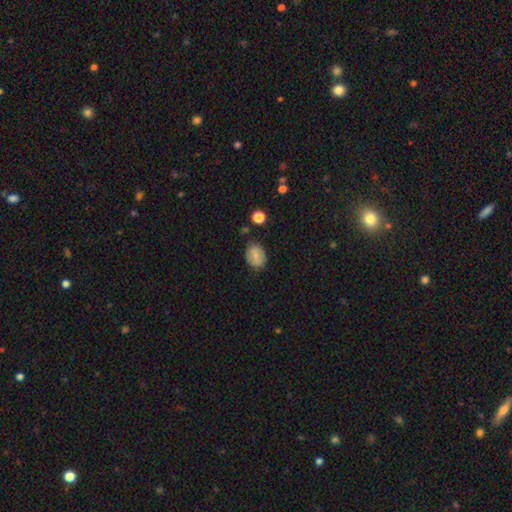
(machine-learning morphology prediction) The model was most divided on "how rounded": in between: 59%, round: 40%, cigar-shaped: 1%. More confident: merging — none (78%); smooth or featured — smooth (66%).